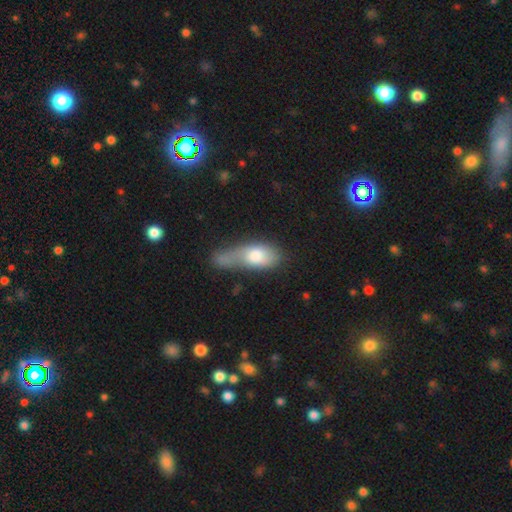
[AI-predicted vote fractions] Morphology: type=smooth (70%); roundness=in between (74%); merging=major disturbance (26%).